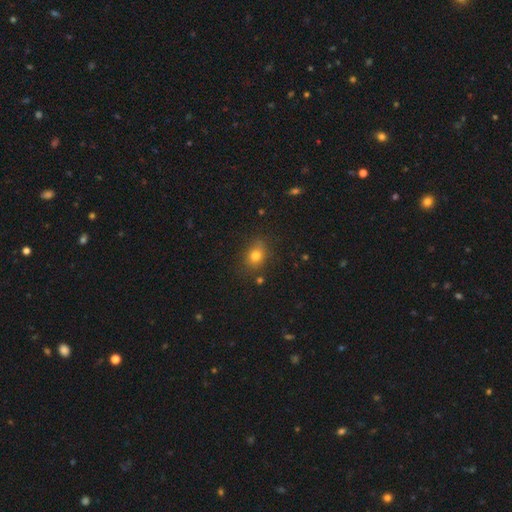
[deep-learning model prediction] Morphology: type=smooth (78%); roundness=in between (54%); merging=none (76%).